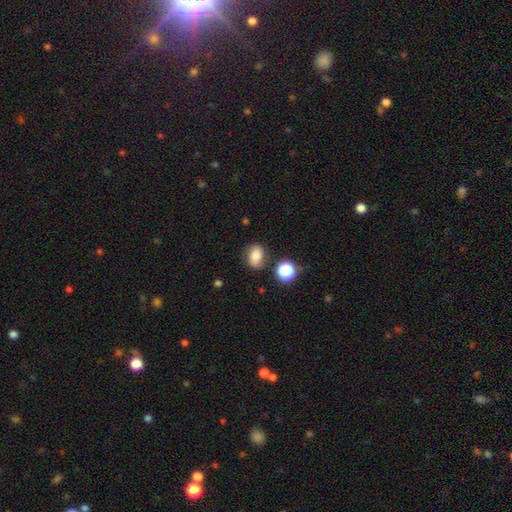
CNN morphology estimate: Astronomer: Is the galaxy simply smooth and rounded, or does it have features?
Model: smooth — 73%.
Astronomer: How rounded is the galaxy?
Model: in between — 63%.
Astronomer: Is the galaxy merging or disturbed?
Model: none — 71%.